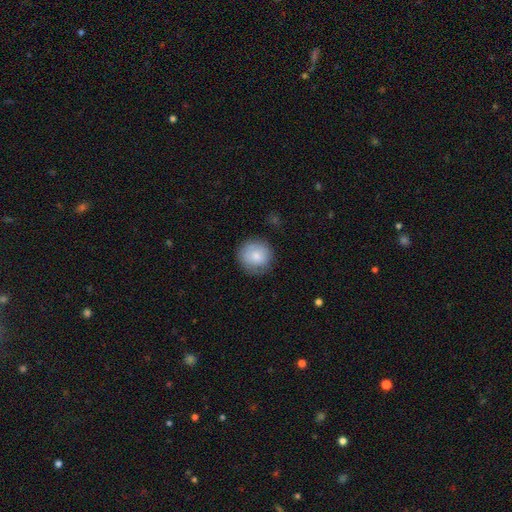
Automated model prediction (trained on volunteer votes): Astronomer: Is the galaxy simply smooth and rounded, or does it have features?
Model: smooth — 78%.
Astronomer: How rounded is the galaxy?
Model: round — 92%.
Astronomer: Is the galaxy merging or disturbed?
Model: none — 78%.